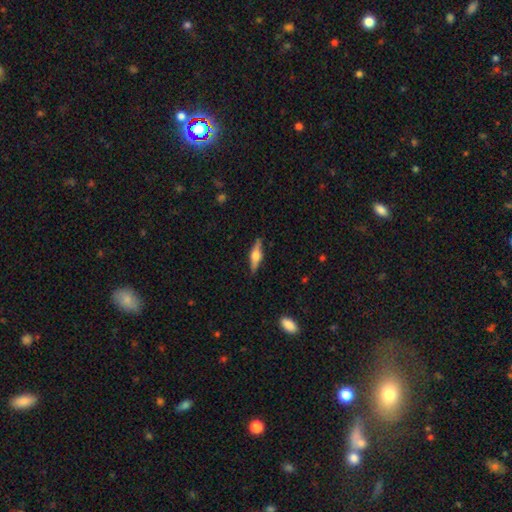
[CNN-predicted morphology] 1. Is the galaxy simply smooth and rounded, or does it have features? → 66% featured or disk, 28% smooth, 6% star or artifact.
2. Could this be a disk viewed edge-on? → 97% yes, 3% no.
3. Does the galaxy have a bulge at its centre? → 91% rounded, 7% boxy, 2% none.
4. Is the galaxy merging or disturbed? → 88% none, 9% minor disturbance, 2% major disturbance, 1% merger.